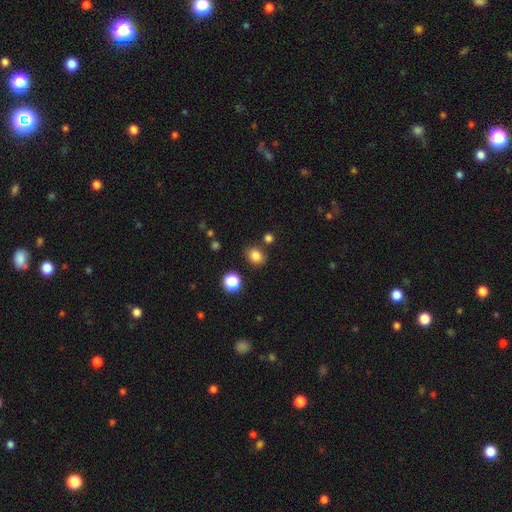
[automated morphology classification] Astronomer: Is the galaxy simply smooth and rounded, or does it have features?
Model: smooth — 82%.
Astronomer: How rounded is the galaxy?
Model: round — 61% (runner-up: in between, 38%).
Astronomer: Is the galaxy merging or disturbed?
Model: none — 80%.